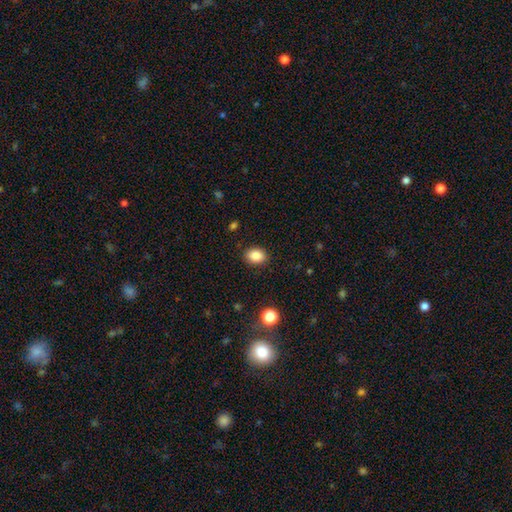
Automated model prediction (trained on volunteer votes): This is clearly a smooth galaxy (87%). How rounded: likely in between (63%). Merging: clearly none (88%).